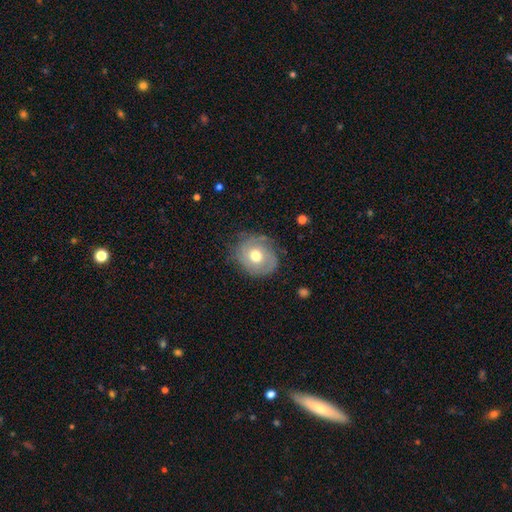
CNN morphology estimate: Smooth or featured? featured or disk (56%)
Edge-on disk? no (96%)
Bar? no (82%)
Spiral arms? yes (74%)
Bulge size? moderate (76%)
Merging? none (70%)